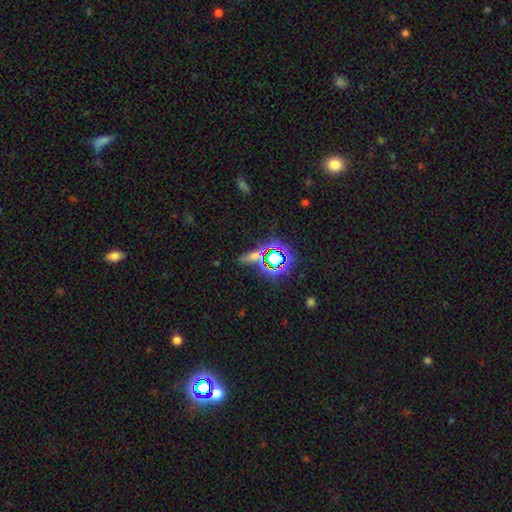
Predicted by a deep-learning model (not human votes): Morphology: type=star or artifact (50%).